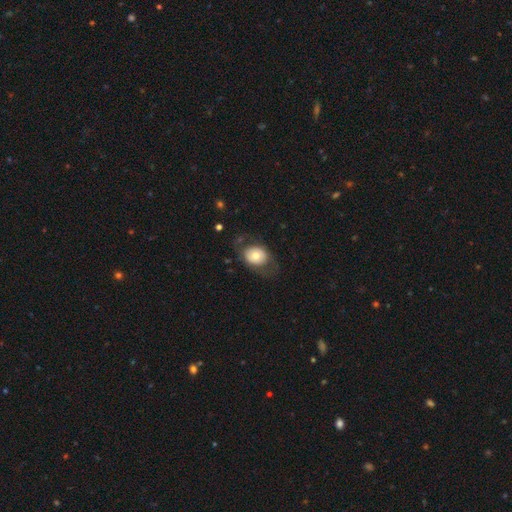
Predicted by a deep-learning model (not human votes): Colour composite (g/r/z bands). It shows a smooth galaxy with no disk features (62%) that is round (50%). Merging: none (67%).